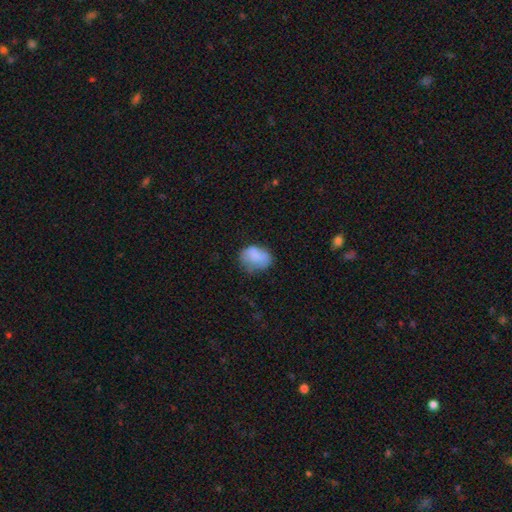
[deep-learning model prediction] smooth 73%, featured or disk 18%, star or artifact 9%. Down the decision tree: how rounded — in between (63%); merging — none (48%).